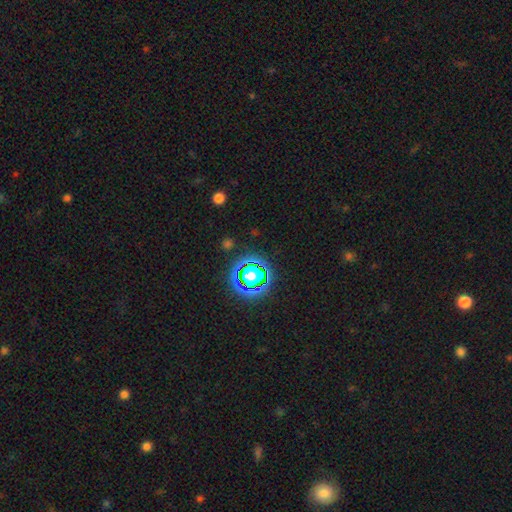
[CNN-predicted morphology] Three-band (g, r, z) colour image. It shows a star or artifact, not a galaxy (78%).